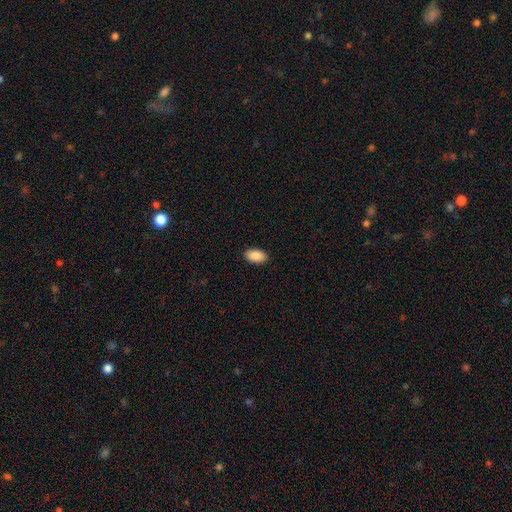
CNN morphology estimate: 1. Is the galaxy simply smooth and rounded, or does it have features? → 90% smooth, 6% star or artifact, 4% featured or disk.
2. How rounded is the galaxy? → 95% in between, 3% round, 2% cigar-shaped.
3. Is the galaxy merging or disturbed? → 89% none, 8% minor disturbance, 2% major disturbance, 1% merger.